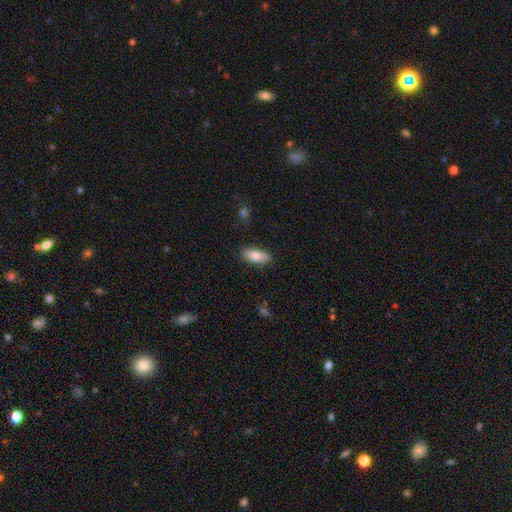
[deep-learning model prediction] Morphology: type=smooth (78%); roundness=in between (79%); merging=none (85%).